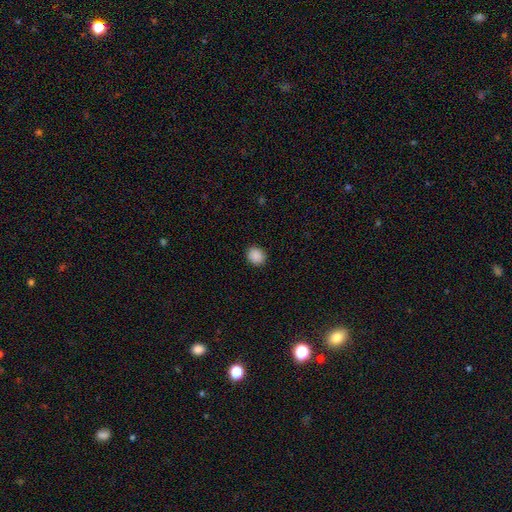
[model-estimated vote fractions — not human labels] Smooth or featured?
  - smooth: 89% *
  - star or artifact: 8%
  - featured or disk: 2%
How rounded?
  - round: 62% *
  - in between: 37%
  - cigar-shaped: 1%
Merging?
  - none: 90% *
  - minor disturbance: 7%
  - major disturbance: 2%
  - merger: 1%